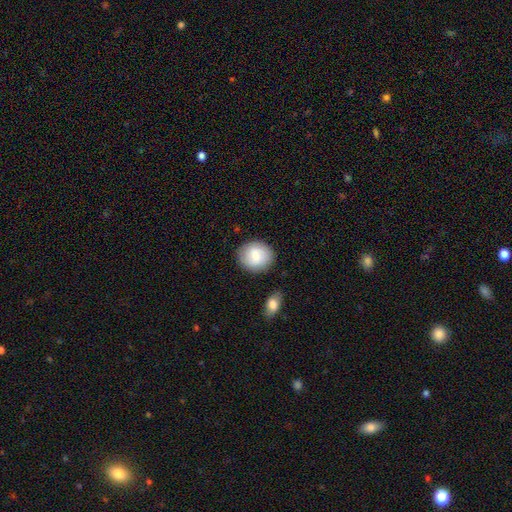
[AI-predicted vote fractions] smooth_or_featured: smooth (p=0.78) [alt: featured or disk p=0.15]
how_rounded: round (p=0.75) [alt: in between p=0.24]
merging: none (p=0.84) [alt: minor disturbance p=0.10]